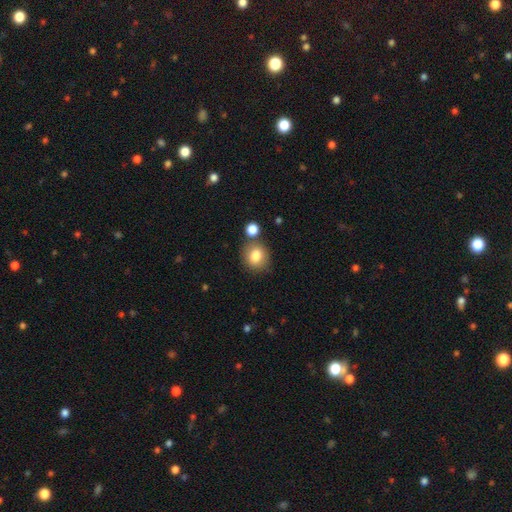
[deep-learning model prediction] smooth_or_featured: smooth (p=0.81) [alt: star or artifact p=0.10]
how_rounded: round (p=0.78) [alt: in between p=0.21]
merging: none (p=0.74) [alt: minor disturbance p=0.11]